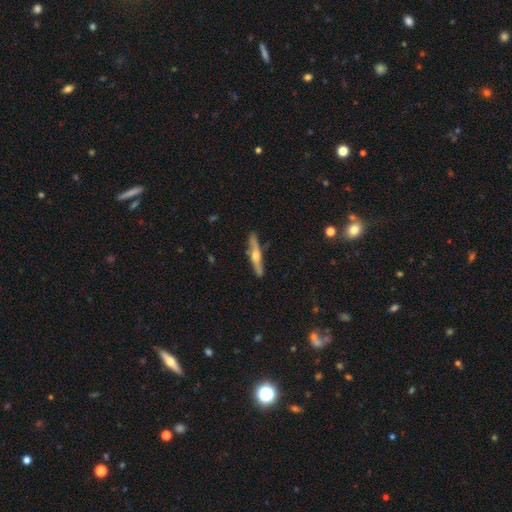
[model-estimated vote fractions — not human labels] A featured or disk galaxy (69%) viewed edge-on (93%) with a rounded central bulge (90%).

Vote fractions:
- Smooth or featured? featured or disk: 69% / smooth: 26% / star or artifact: 5%
- Edge-on disk? yes: 93% / no: 7%
- Edge-on bulge? rounded: 90% / boxy: 5% / none: 5%
- Merging? none: 86% / minor disturbance: 11% / major disturbance: 2% / merger: 2%